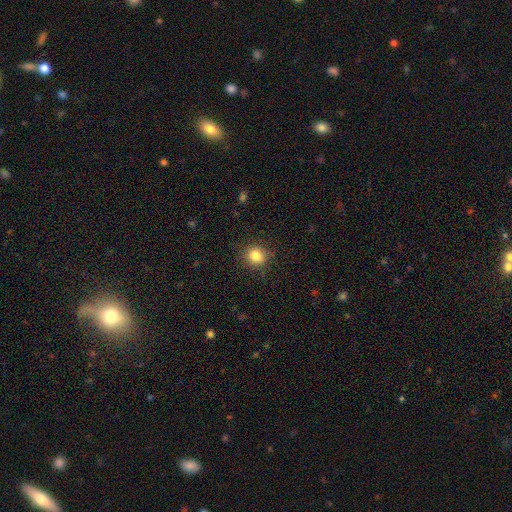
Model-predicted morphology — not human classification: Smooth or featured?
  - smooth: 83% *
  - star or artifact: 11%
  - featured or disk: 6%
How rounded?
  - round: 87% *
  - in between: 12%
  - cigar-shaped: 1%
Merging?
  - none: 88% *
  - minor disturbance: 8%
  - major disturbance: 3%
  - merger: 1%